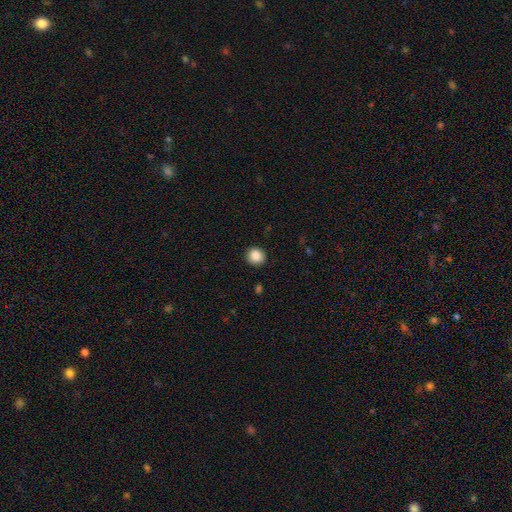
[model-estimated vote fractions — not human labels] A smooth galaxy with no disk features (87%) that is round (88%). Merging: none (91%).